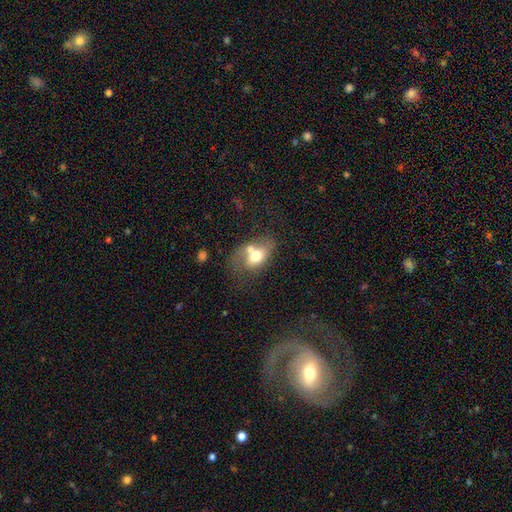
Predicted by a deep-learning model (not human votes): smooth-or-featured: smooth: 60% | featured or disk: 31% | star or artifact: 9%
  how-rounded: in between: 78% | round: 20% | cigar-shaped: 2%
  merging: merger: 43% | none: 29% | minor disturbance: 16% | major disturbance: 13%